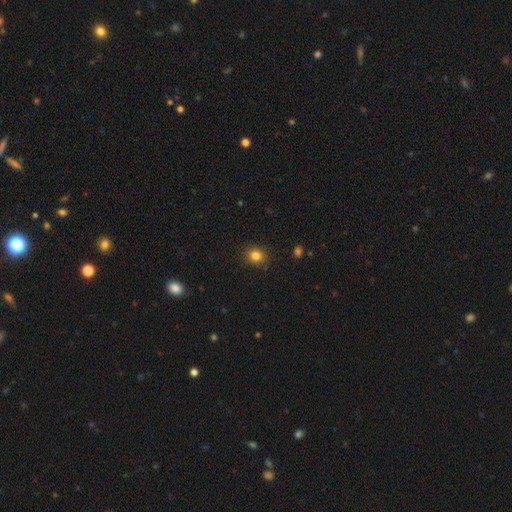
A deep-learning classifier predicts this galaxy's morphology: smooth-or-featured: smooth: 82% | star or artifact: 12% | featured or disk: 5%
  how-rounded: round: 75% | in between: 25% | cigar-shaped: 1%
  merging: none: 88% | minor disturbance: 9% | major disturbance: 2% | merger: 1%